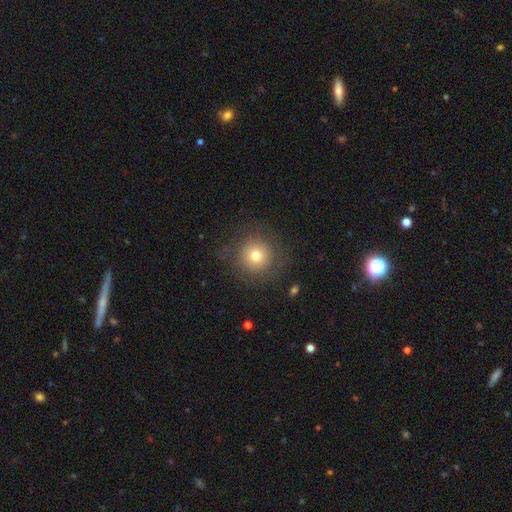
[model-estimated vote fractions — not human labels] Smooth or featured? smooth (72%)
How rounded? round (95%)
Merging? none (81%)